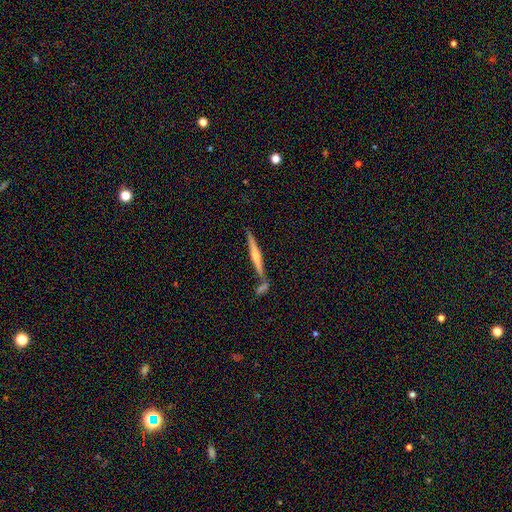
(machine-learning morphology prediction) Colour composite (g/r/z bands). It shows a featured or disk galaxy (61%) viewed edge-on (97%) with a rounded central bulge (68%). Merging: none (68%).